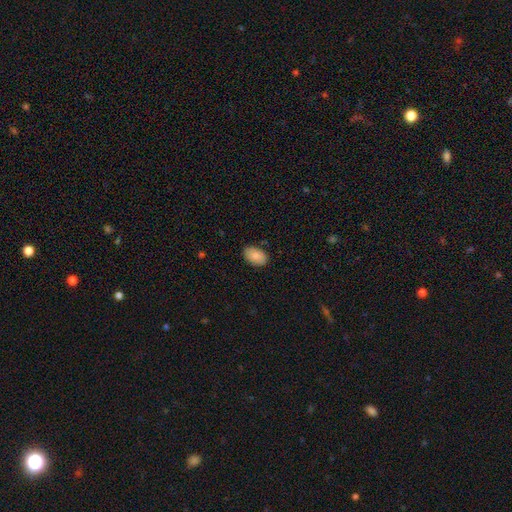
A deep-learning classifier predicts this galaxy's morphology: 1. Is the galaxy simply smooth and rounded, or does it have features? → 88% smooth, 6% star or artifact, 6% featured or disk.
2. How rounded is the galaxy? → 92% in between, 7% round, 1% cigar-shaped.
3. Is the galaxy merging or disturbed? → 86% none, 11% minor disturbance, 2% major disturbance, 1% merger.